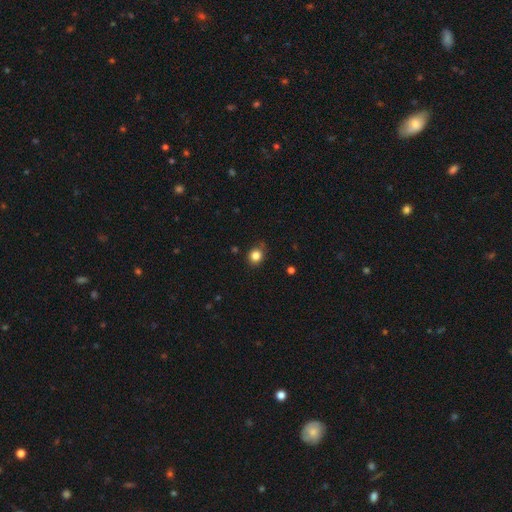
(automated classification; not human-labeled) Smooth or featured: smooth — 83% (star or artifact — 12%)
How rounded: round — 77% (in between — 22%)
Merging: none — 76% (minor disturbance — 19%)